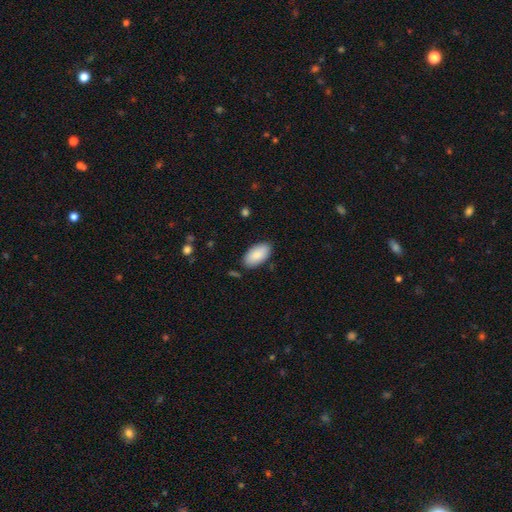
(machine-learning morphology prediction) smooth 87%, featured or disk 7%, star or artifact 6%. Down the decision tree: how rounded — in between (95%); merging — none (85%).